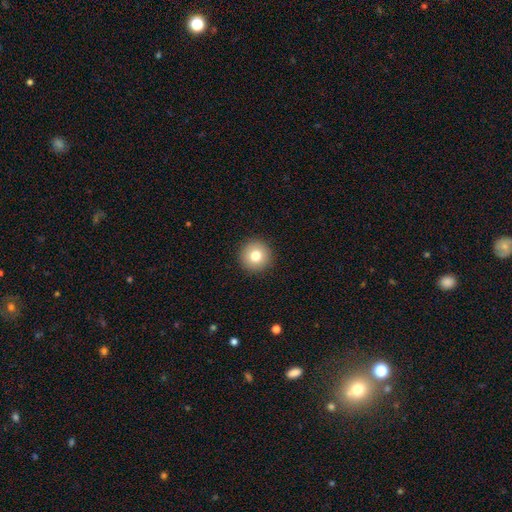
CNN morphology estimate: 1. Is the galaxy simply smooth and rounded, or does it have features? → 78% smooth, 11% featured or disk, 11% star or artifact.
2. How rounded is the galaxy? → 96% round, 3% in between, 1% cigar-shaped.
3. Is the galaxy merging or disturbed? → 93% none, 5% minor disturbance, 2% major disturbance, 1% merger.